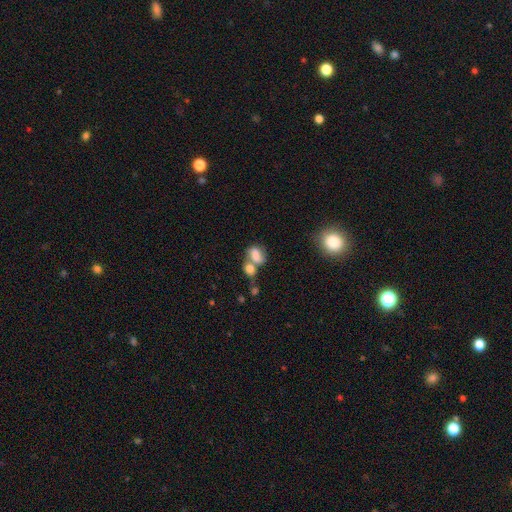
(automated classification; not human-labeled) Overall: smooth (74%). How rounded: in between (75%). Merging: merger (55%; none 25%).